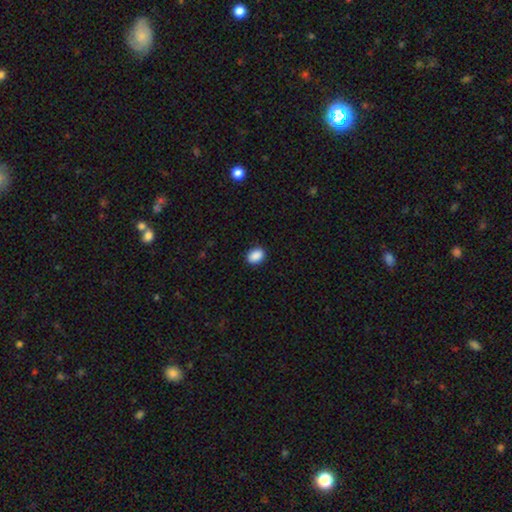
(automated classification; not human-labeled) smooth_or_featured: smooth (p=0.90) [alt: star or artifact p=0.08]
how_rounded: in between (p=0.75) [alt: round p=0.24]
merging: none (p=0.89) [alt: minor disturbance p=0.08]